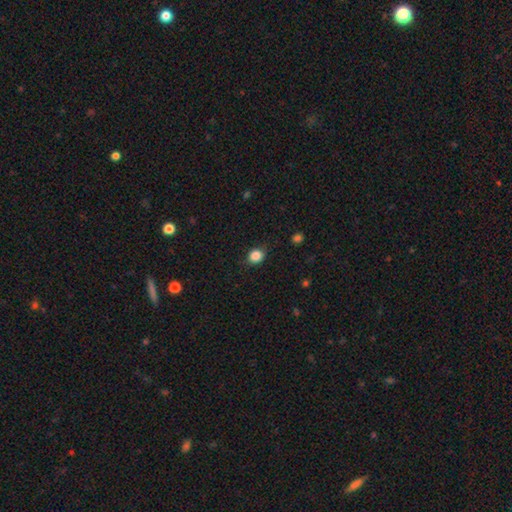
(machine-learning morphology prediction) Q: Smooth or featured?
A: smooth (86%); runner-up: star or artifact (10%)
Q: How rounded?
A: round (64%); runner-up: in between (35%)
Q: Merging?
A: none (80%); runner-up: minor disturbance (15%)